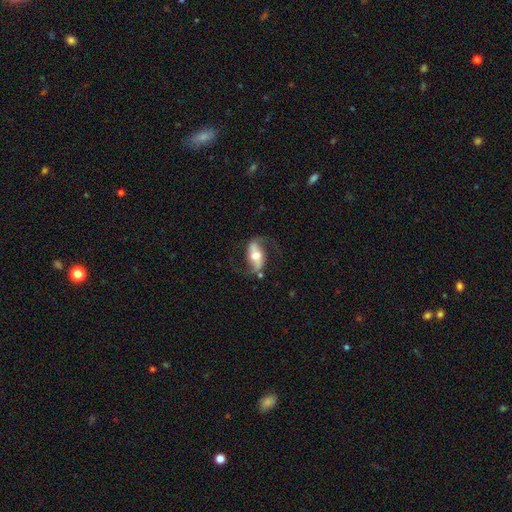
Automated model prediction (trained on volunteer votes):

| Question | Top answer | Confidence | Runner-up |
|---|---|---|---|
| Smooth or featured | featured or disk | 73% | smooth (21%) |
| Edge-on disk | no | 92% | yes (8%) |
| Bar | strong | 43% | weak (32%) |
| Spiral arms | yes | 89% | no (11%) |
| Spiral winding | loose | 65% | medium (27%) |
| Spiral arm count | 2 | 90% | can't tell (4%) |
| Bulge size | moderate | 60% | large (18%) |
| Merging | none | 65% | minor disturbance (18%) |